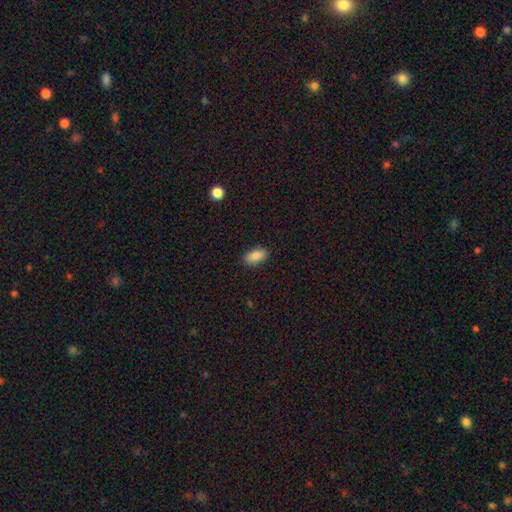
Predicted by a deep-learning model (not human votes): smooth 84%, featured or disk 8%, star or artifact 8%. Down the decision tree: how rounded — in between (89%); merging — none (87%).